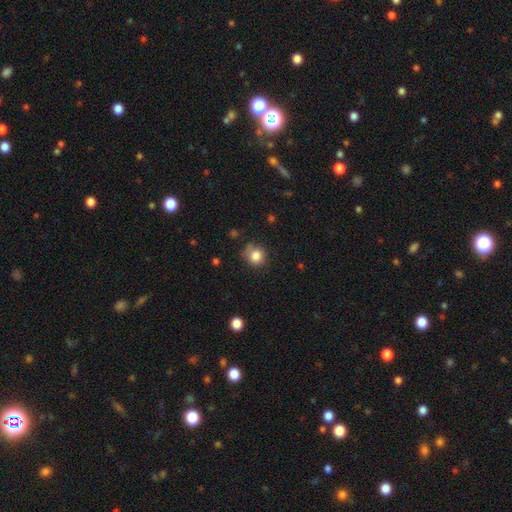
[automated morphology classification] smooth_or_featured: smooth (p=0.83) [alt: star or artifact p=0.11]
how_rounded: round (p=0.84) [alt: in between p=0.15]
merging: none (p=0.69) [alt: minor disturbance p=0.23]